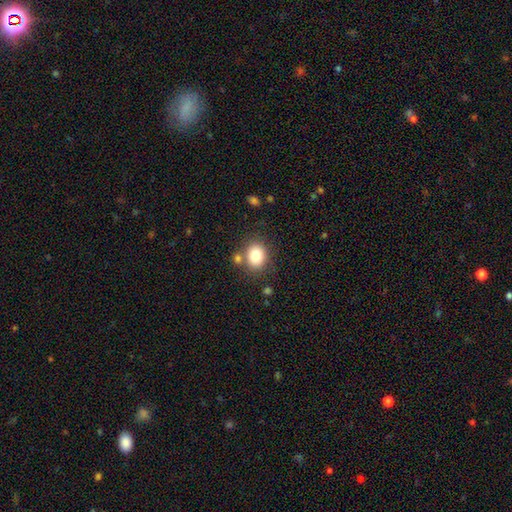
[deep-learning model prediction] smooth_or_featured: smooth (p=0.83) [alt: star or artifact p=0.10]
how_rounded: round (p=0.54) [alt: in between p=0.45]
merging: none (p=0.73) [alt: minor disturbance p=0.12]